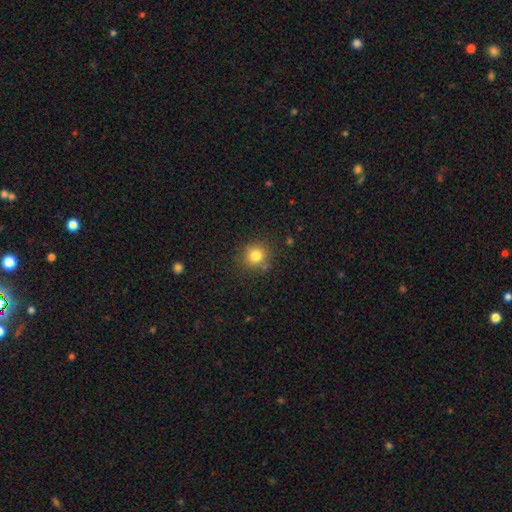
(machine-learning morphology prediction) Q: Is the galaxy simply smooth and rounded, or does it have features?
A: smooth — 81%.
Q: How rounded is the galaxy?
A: round — 89%.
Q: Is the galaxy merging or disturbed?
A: none — 83%.